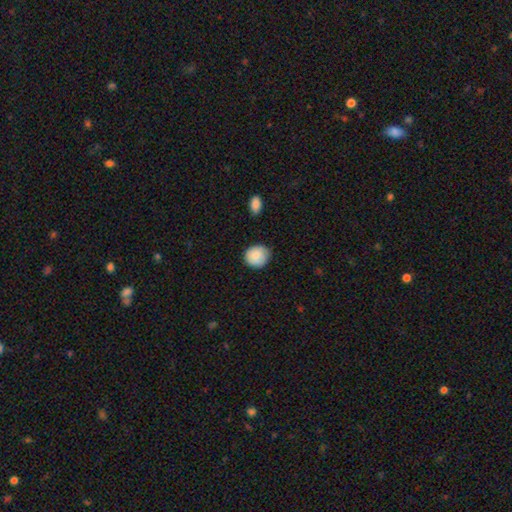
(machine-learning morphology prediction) smooth_or_featured: smooth (p=0.85) [alt: featured or disk p=0.08]
how_rounded: round (p=0.79) [alt: in between p=0.20]
merging: none (p=0.76) [alt: minor disturbance p=0.19]